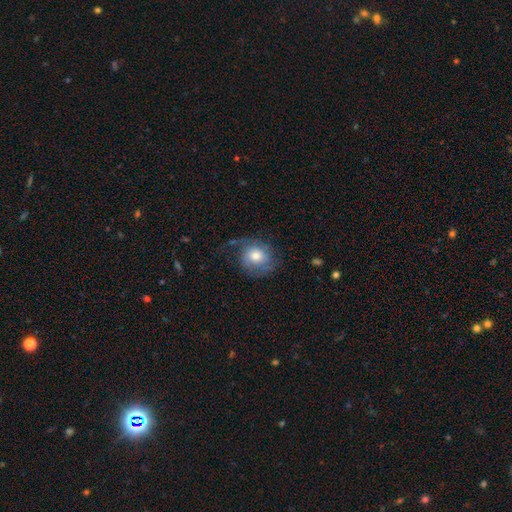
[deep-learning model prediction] Smooth or featured?
  - featured or disk: 47% *
  - smooth: 45%
  - star or artifact: 8%
Merging?
  - none: 50% *
  - major disturbance: 24%
  - minor disturbance: 23%
  - merger: 2%